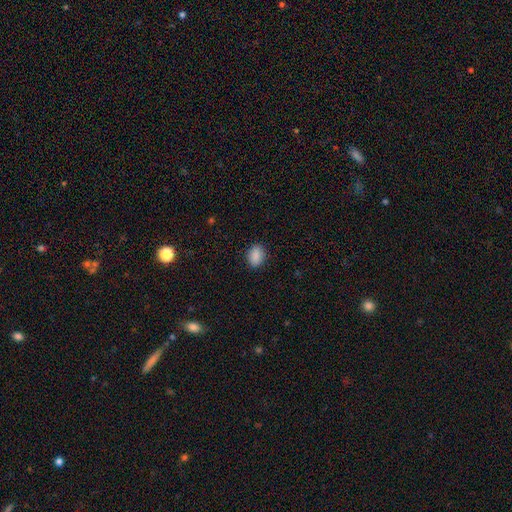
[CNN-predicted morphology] A smooth galaxy with no disk features (89%) that is in between round and cigar-shaped (71%). Merging: none (87%).